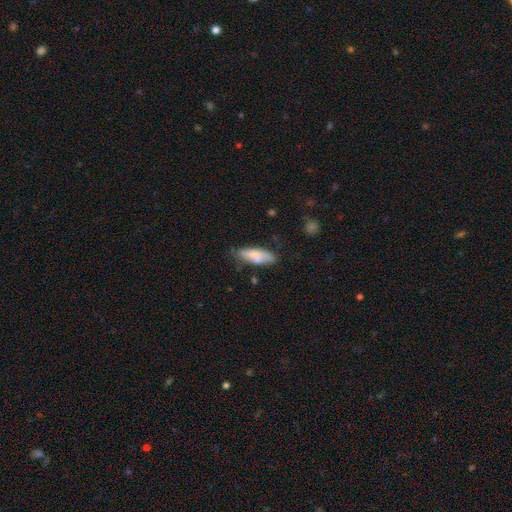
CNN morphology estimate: Smooth or featured? smooth (74%)
How rounded? in between (59%)
Merging? none (63%)